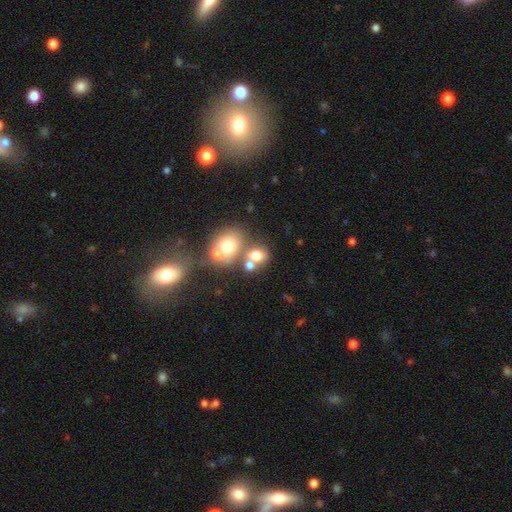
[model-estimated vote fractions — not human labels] A smooth galaxy with no disk features (70%) that is round (57%). Merging: merger (43%).